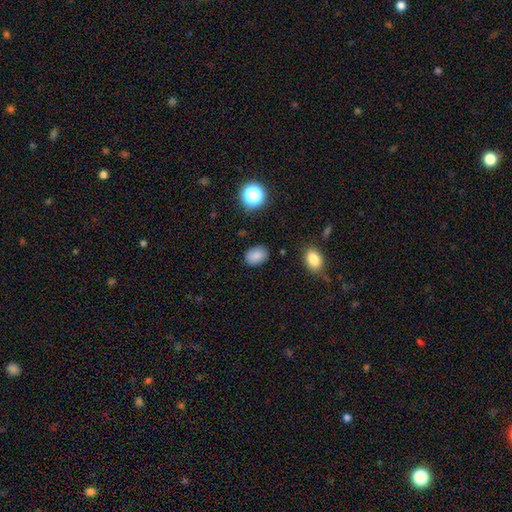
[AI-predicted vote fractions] smooth 84%, star or artifact 11%, featured or disk 5%. Down the decision tree: how rounded — in between (75%); merging — none (84%).